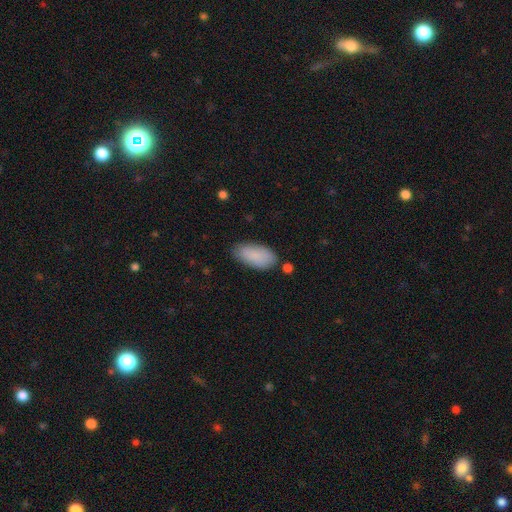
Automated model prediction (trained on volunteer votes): This is clearly a smooth galaxy (88%). How rounded: clearly in between (92%). Merging: likely none (78%).